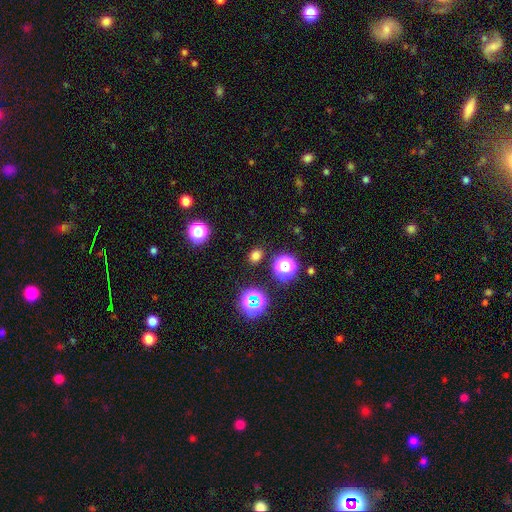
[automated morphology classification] Smooth or featured? Predicted: smooth (p=0.73). How rounded? Predicted: round (p=0.56). Merging? Predicted: none (p=0.87).